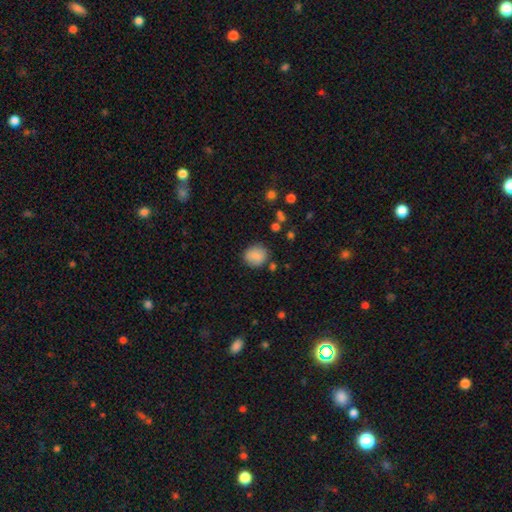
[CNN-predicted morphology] A smooth galaxy with no disk features (86%) that is round (78%). Merging: none (83%).